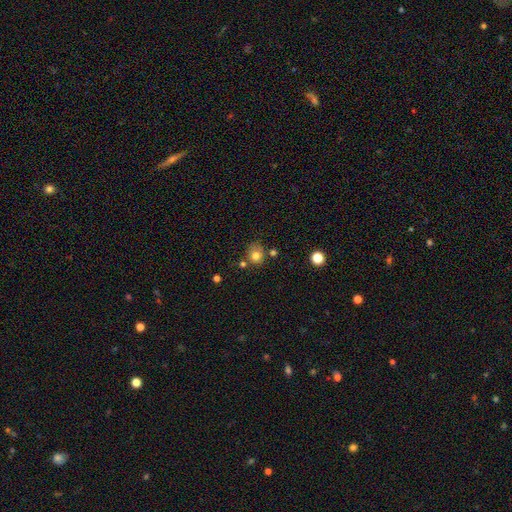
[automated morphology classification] type=smooth (78%); roundness=round (75%); merging=none (63%).